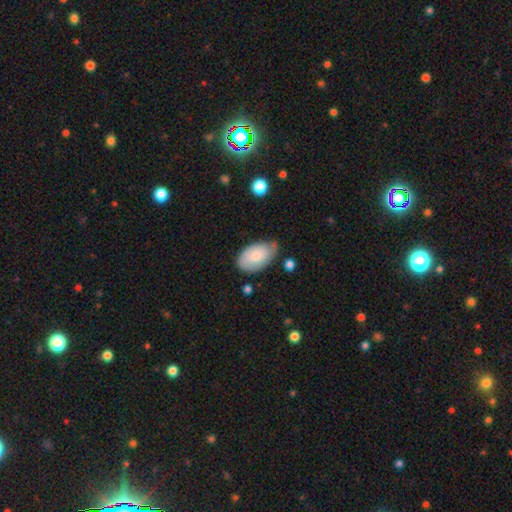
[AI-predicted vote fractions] smooth 77%, featured or disk 17%, star or artifact 6%. Down the decision tree: how rounded — in between (94%); merging — none (58%).